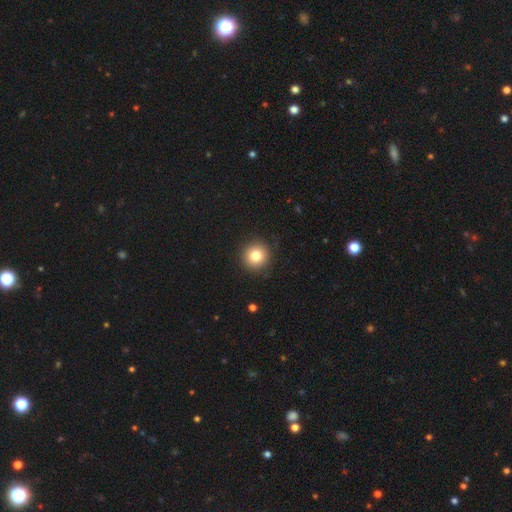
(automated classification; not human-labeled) Morphology: type=smooth (81%); roundness=round (94%); merging=none (91%).